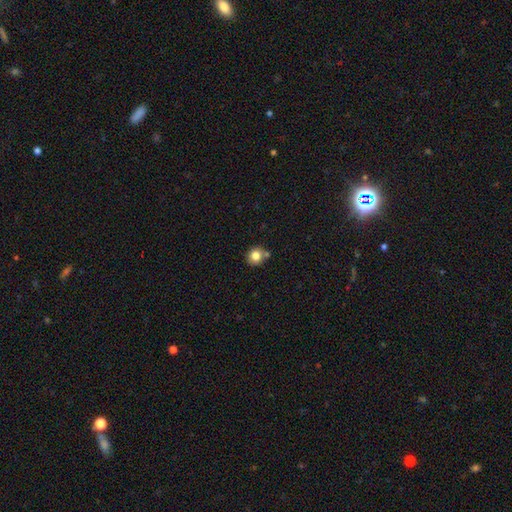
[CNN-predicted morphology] Smooth or featured: smooth — 81% (star or artifact — 11%)
How rounded: round — 87% (in between — 12%)
Merging: none — 72% (merger — 15%)